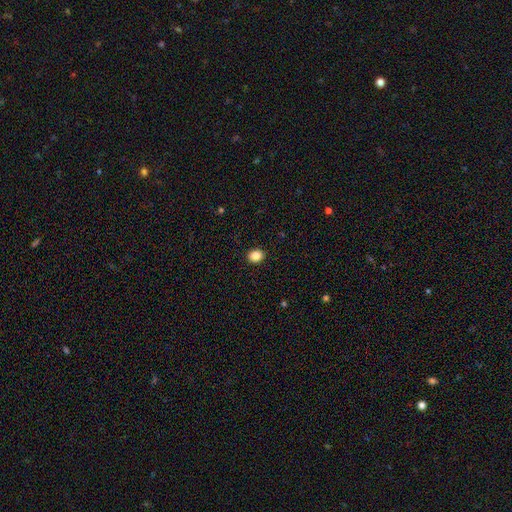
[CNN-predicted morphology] This is clearly a smooth galaxy (85%). How rounded: likely round (62%). Merging: clearly none (92%).